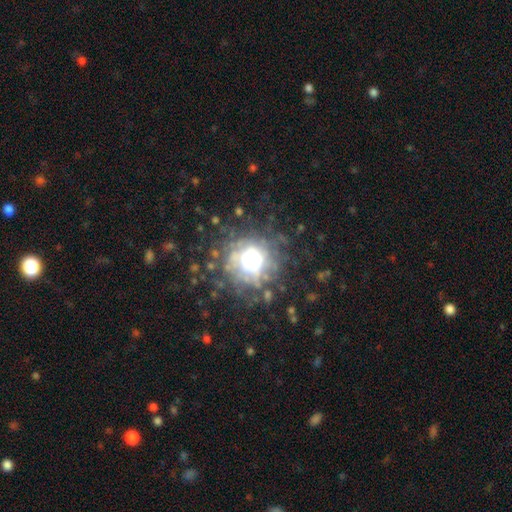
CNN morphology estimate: This appears to be a featured or disk galaxy (49%). Merging: none (56%).